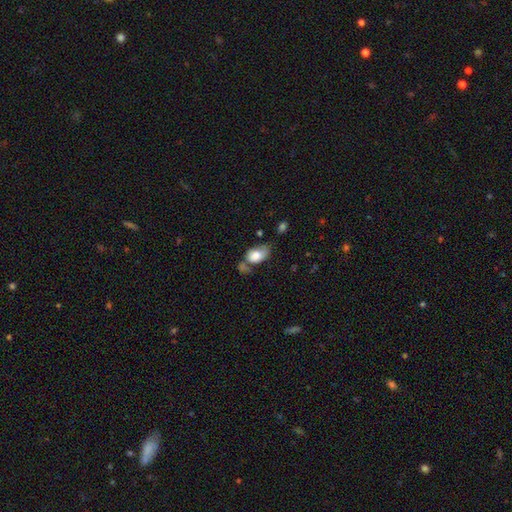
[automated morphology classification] Smooth or featured?
  - smooth: 74% *
  - featured or disk: 18%
  - star or artifact: 7%
How rounded?
  - in between: 87% *
  - round: 11%
  - cigar-shaped: 2%
Merging?
  - none: 32% *
  - minor disturbance: 27%
  - merger: 23%
  - major disturbance: 18%